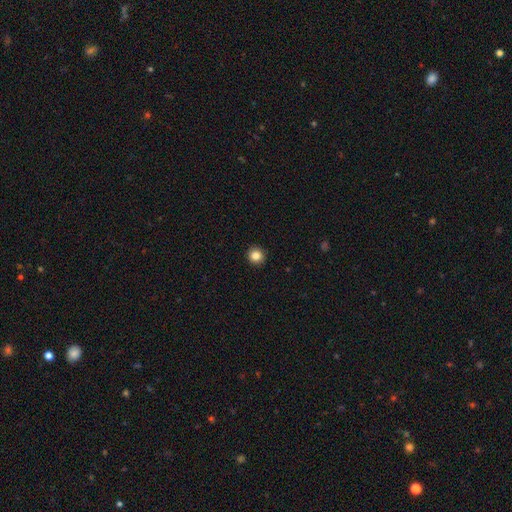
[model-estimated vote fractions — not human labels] This appears to be a smooth galaxy with no disk features (85%) that is round (94%). Merging: none (93%).